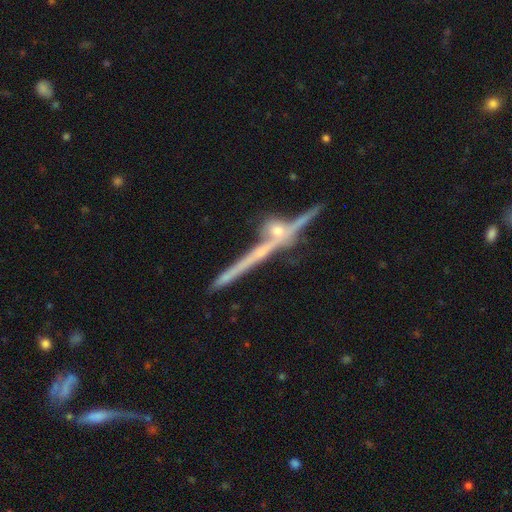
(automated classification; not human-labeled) Smooth or featured: featured or disk — 76% (smooth — 15%)
Edge-on disk: yes — 94% (no — 6%)
Edge-on bulge: rounded — 49% (none — 41%)
Merging: none — 58% (merger — 27%)